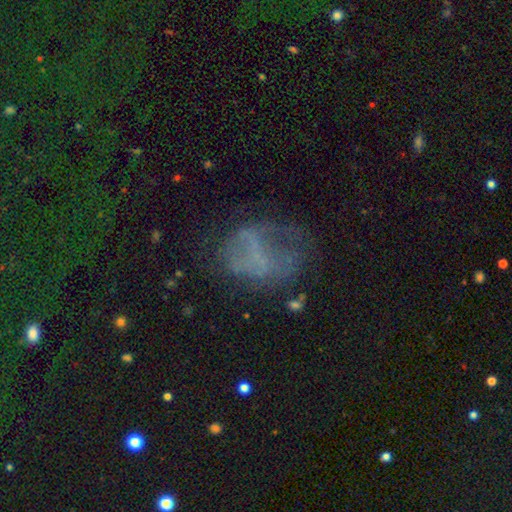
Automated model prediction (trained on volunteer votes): Smooth or featured? featured or disk (42%)
Merging? none (42%)